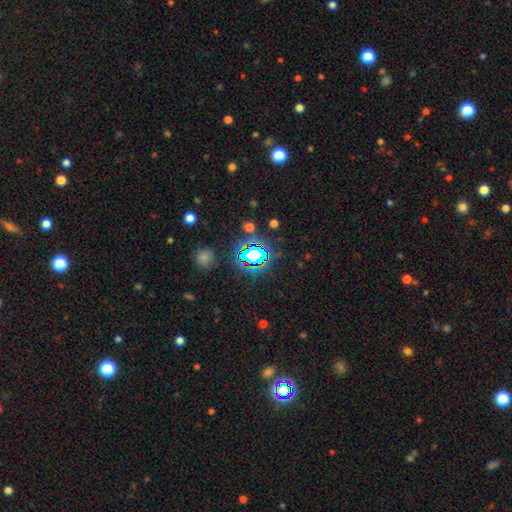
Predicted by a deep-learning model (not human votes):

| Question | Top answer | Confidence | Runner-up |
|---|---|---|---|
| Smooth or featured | star or artifact | 66% | smooth (23%) |